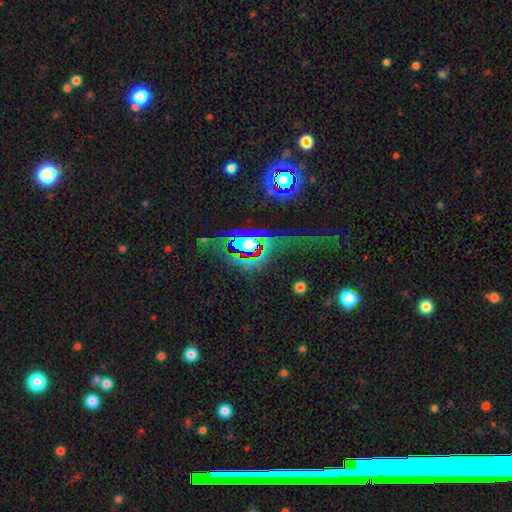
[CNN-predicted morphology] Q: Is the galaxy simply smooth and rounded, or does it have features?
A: star or artifact — 72%.